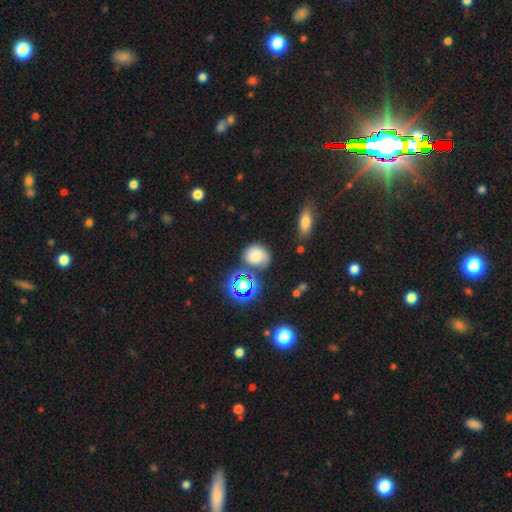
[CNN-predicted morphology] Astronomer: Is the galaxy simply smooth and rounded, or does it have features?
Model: smooth — 65%.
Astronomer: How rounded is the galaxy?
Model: round — 61% (runner-up: in between, 37%).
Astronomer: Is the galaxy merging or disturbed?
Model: none — 55%.